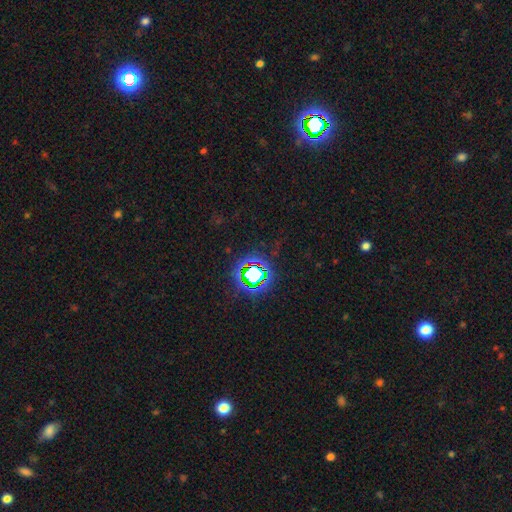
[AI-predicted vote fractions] A star or artifact, not a galaxy (80%).